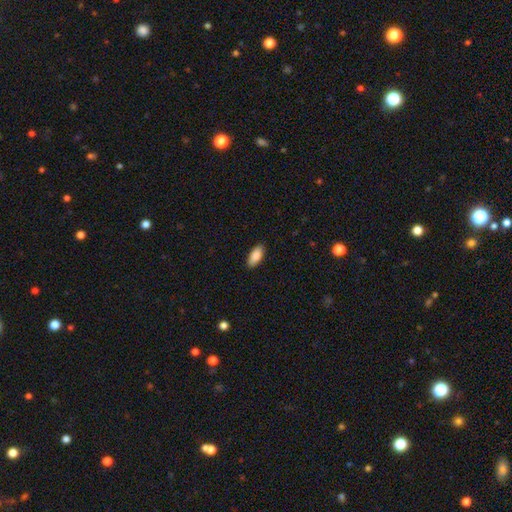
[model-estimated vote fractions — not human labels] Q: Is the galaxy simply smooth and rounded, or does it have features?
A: smooth — 89%.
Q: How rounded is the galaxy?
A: in between — 86%.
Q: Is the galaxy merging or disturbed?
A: none — 88%.